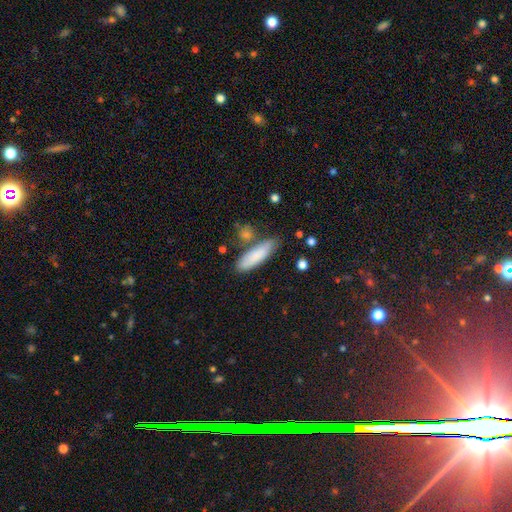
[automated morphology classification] Smooth or featured? Predicted: smooth (p=0.82). How rounded? Predicted: cigar-shaped (p=0.59). Merging? Predicted: none (p=0.72).